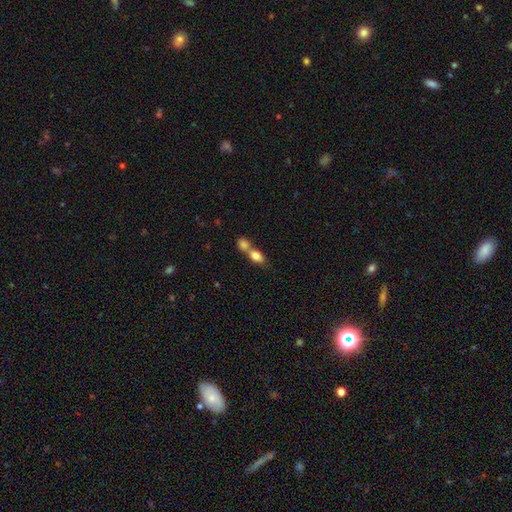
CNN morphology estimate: Q: Smooth or featured?
A: smooth (81%); runner-up: featured or disk (11%)
Q: How rounded?
A: in between (72%); runner-up: round (23%)
Q: Merging?
A: merger (68%); runner-up: none (24%)